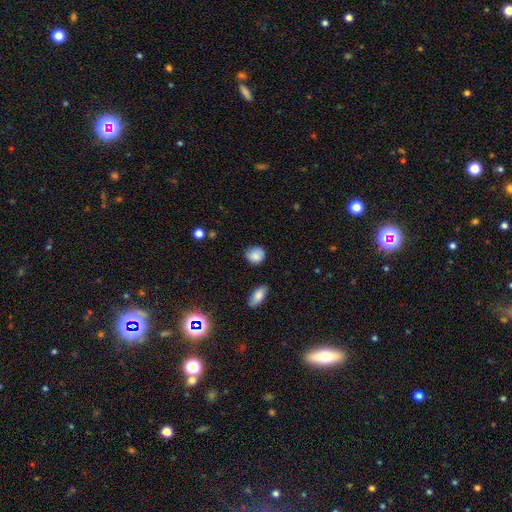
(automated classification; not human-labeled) Smooth or featured? Predicted: smooth (p=0.86). How rounded? Predicted: round (p=0.77). Merging? Predicted: none (p=0.77).